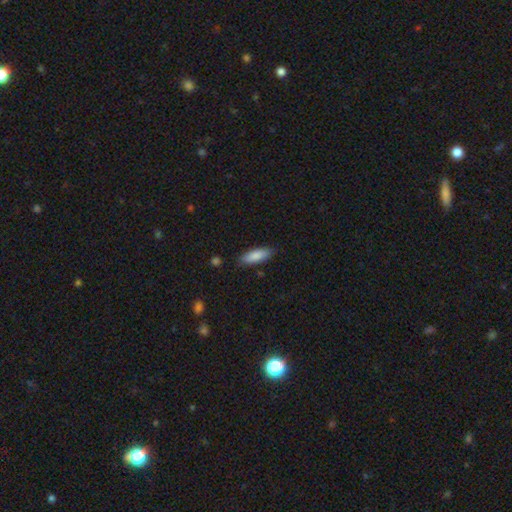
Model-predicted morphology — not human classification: Overall: smooth (85%). How rounded: in between (63%; cigar-shaped 35%). Merging: none (84%).